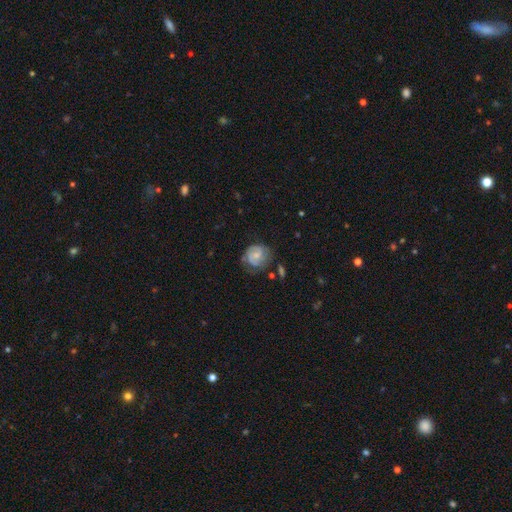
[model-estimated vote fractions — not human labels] Smooth or featured? Predicted: featured or disk (p=0.68). Edge-on disk? Predicted: no (p=0.98). Bar? Predicted: no (p=0.61). Spiral arms? Predicted: yes (p=0.91). Spiral winding? Predicted: tight (p=0.56). Spiral arm count? Predicted: 2 (p=0.61). Bulge size? Predicted: small (p=0.58). Merging? Predicted: none (p=0.63).